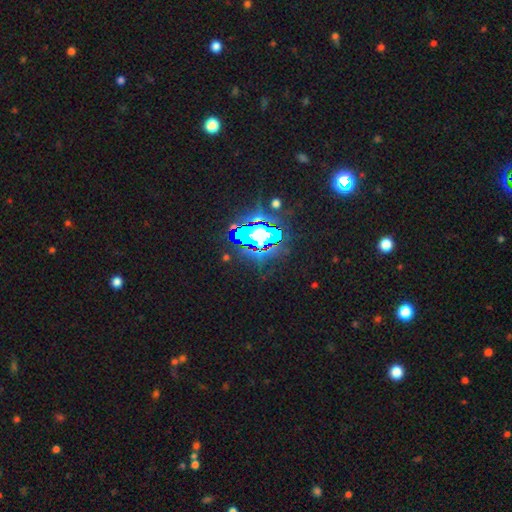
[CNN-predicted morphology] smooth_or_featured: star or artifact (p=0.84) [alt: smooth p=0.09]